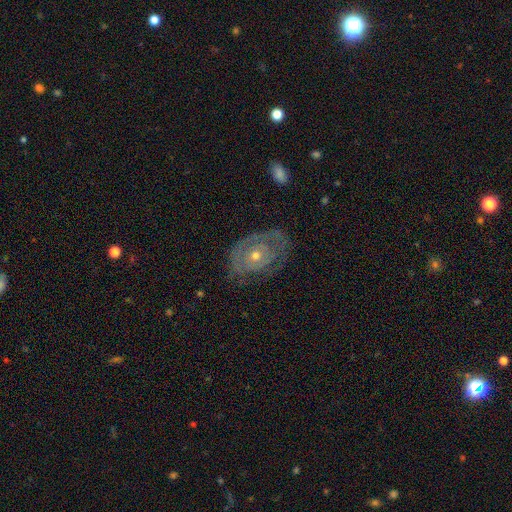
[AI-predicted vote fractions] A featured or disk galaxy (71%) with no bar (87%), spiral arms (55%) and a moderate central bulge (49%). Merging: none (61%).